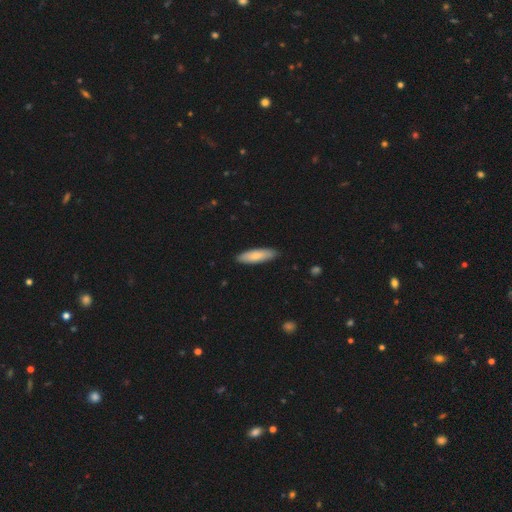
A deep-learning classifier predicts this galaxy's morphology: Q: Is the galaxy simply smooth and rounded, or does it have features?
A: smooth — 77%.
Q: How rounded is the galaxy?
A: cigar-shaped — 54%.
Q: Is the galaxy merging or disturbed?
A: none — 87%.